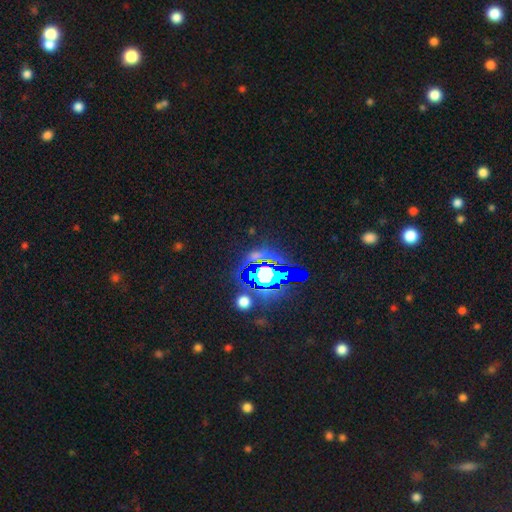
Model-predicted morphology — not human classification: Smooth or featured? Predicted: star or artifact (p=0.64).